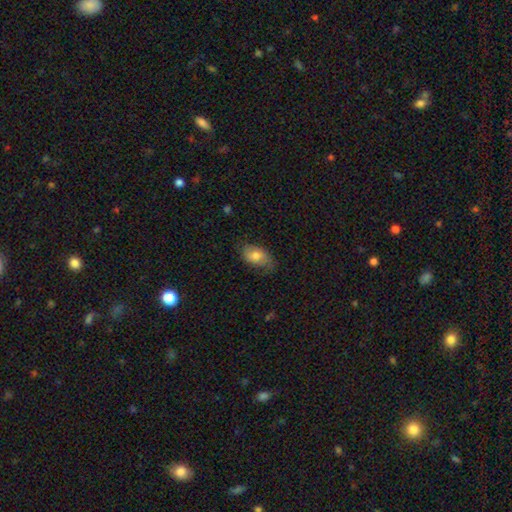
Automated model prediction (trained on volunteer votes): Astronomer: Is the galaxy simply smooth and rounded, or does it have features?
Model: smooth — 70%.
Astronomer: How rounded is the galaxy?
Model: in between — 90%.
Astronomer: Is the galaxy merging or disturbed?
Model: none — 63%.